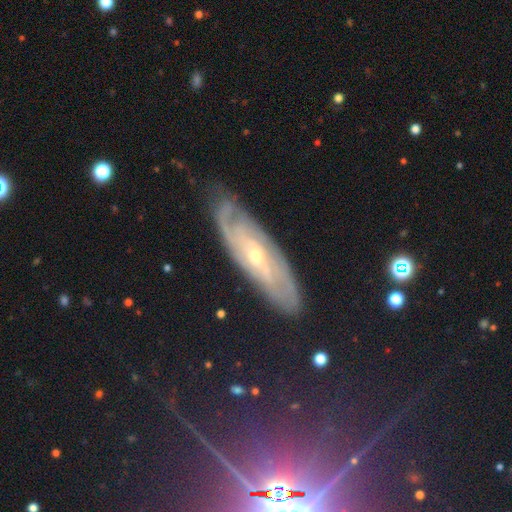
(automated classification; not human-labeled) smooth_or_featured: featured or disk (p=0.80) [alt: smooth p=0.11]
disk_edge_on: no (p=0.78) [alt: yes p=0.22]
bar: no (p=0.57) [alt: weak p=0.34]
has_spiral_arms: yes (p=0.93) [alt: no p=0.07]
spiral_winding: tight (p=0.71) [alt: medium p=0.22]
spiral_arm_count: can't tell (p=0.53) [alt: 2 p=0.20]
bulge_size: small (p=0.57) [alt: moderate p=0.40]
merging: none (p=0.79) [alt: minor disturbance p=0.15]